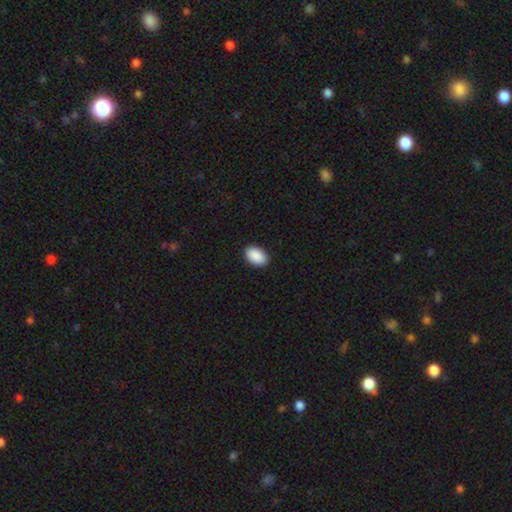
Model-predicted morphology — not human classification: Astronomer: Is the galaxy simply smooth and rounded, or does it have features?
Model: smooth — 91%.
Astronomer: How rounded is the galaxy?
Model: in between — 91%.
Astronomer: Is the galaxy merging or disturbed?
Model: none — 90%.